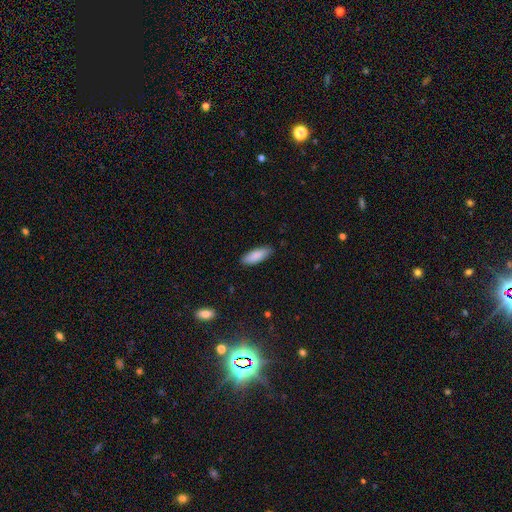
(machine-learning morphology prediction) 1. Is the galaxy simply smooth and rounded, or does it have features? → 88% smooth, 6% featured or disk, 6% star or artifact.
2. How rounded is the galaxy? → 62% in between, 36% cigar-shaped, 1% round.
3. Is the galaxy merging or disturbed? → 86% none, 11% minor disturbance, 2% major disturbance, 1% merger.